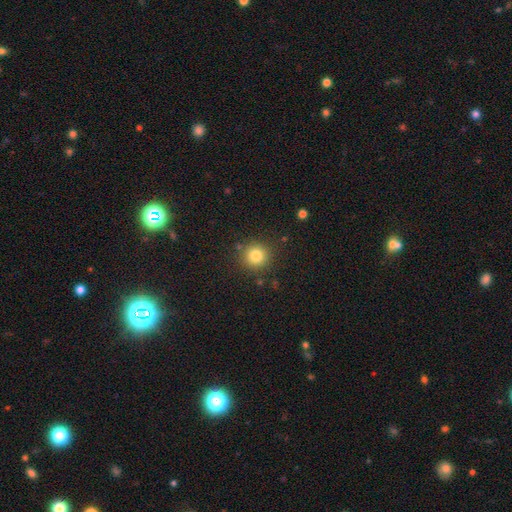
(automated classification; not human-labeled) The model was most divided on "smooth or featured": smooth: 81%, star or artifact: 12%, featured or disk: 6%. More confident: how rounded — round (93%); merging — none (87%).